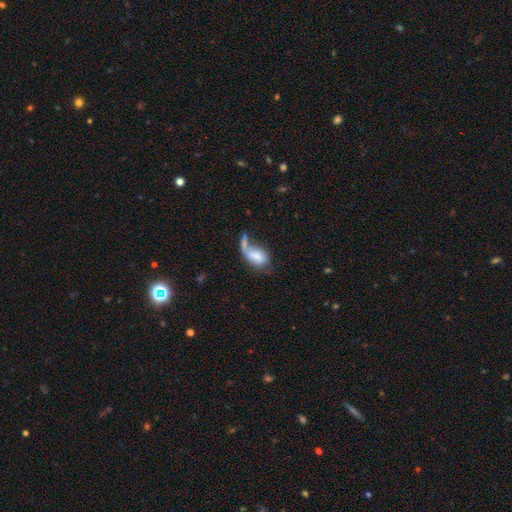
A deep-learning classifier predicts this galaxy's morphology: Overall: smooth (61%; featured or disk 31%). How rounded: in between (86%). Merging: merger (32%; major disturbance 30%).